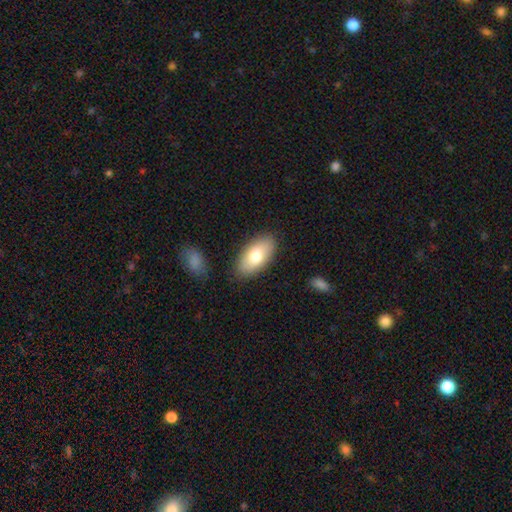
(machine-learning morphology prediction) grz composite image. It shows a smooth galaxy with no disk features (77%) that is in between round and cigar-shaped (94%). Merging: none (85%).